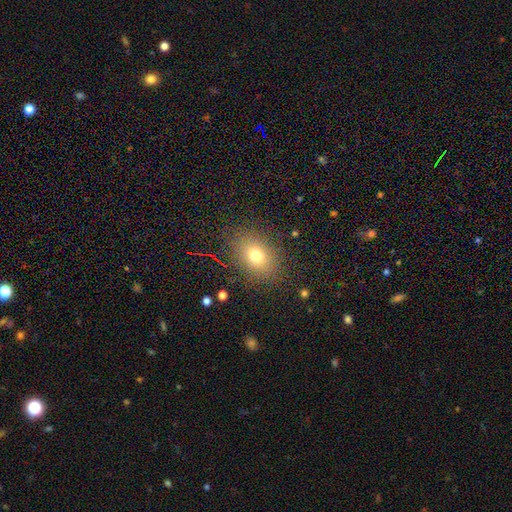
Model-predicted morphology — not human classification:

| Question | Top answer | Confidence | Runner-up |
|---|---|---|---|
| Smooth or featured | smooth | 72% | star or artifact (16%) |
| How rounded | in between | 57% | round (42%) |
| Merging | none | 85% | minor disturbance (10%) |